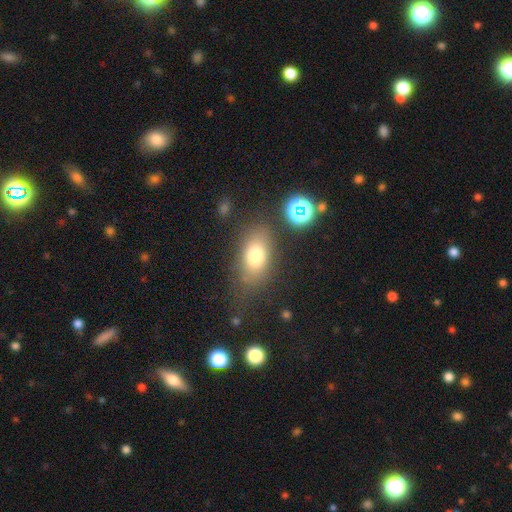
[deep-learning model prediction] This is likely a smooth galaxy (74%). How rounded: clearly in between (84%). Merging: likely none (74%).